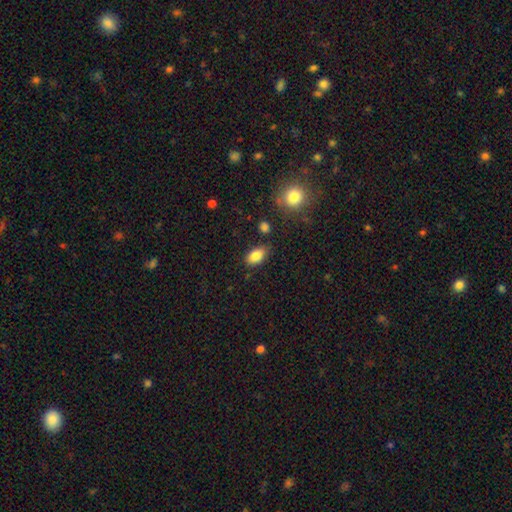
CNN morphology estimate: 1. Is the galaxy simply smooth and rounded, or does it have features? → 84% smooth, 8% star or artifact, 8% featured or disk.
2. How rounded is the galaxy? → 90% in between, 7% round, 3% cigar-shaped.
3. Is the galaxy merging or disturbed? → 79% none, 15% minor disturbance, 3% major disturbance, 3% merger.